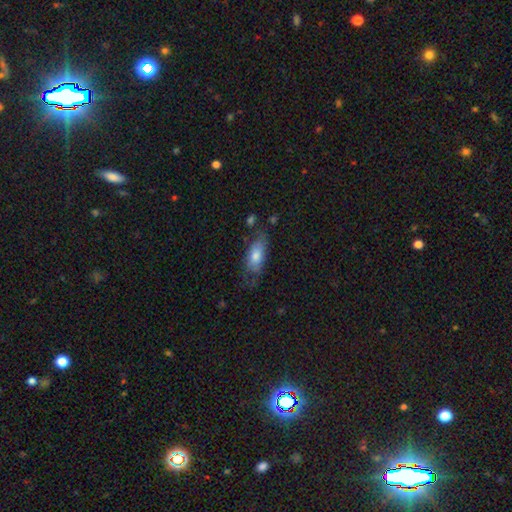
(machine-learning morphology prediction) Smooth or featured: smooth — 69% (featured or disk — 24%)
How rounded: in between — 81% (cigar-shaped — 16%)
Merging: none — 54% (minor disturbance — 29%)